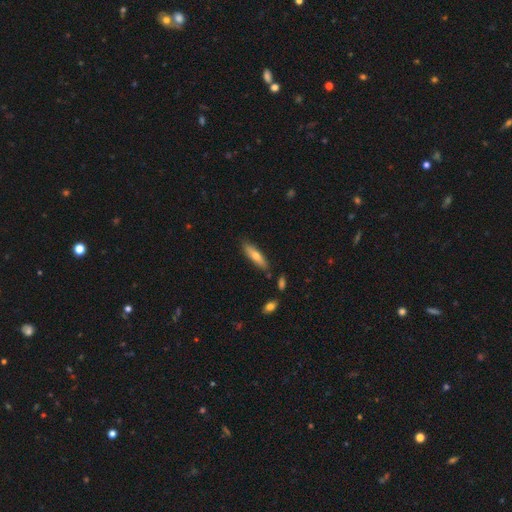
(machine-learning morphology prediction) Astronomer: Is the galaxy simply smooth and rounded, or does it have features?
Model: smooth — 63%.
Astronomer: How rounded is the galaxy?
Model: cigar-shaped — 70%.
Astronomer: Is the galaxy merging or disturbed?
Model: none — 84%.